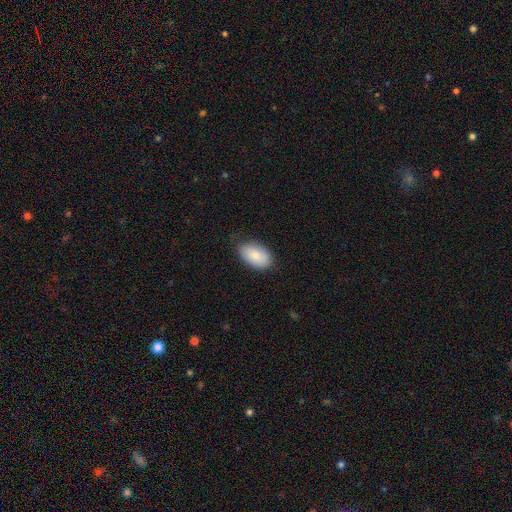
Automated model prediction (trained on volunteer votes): A smooth galaxy with no disk features (84%) that is in between round and cigar-shaped (93%). Merging: none (74%).